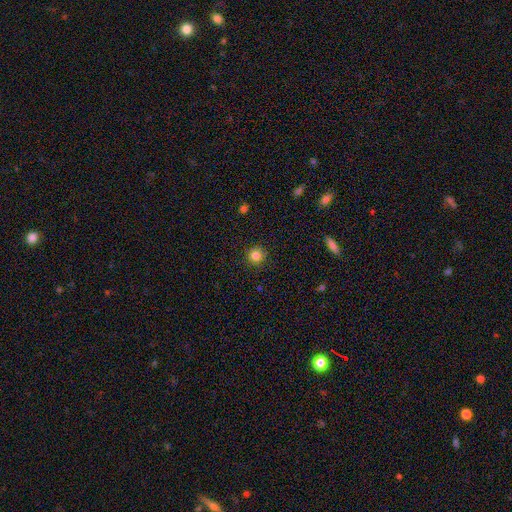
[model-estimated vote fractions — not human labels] Q: Smooth or featured?
A: smooth (83%); runner-up: star or artifact (12%)
Q: How rounded?
A: round (95%); runner-up: in between (4%)
Q: Merging?
A: none (91%); runner-up: minor disturbance (6%)